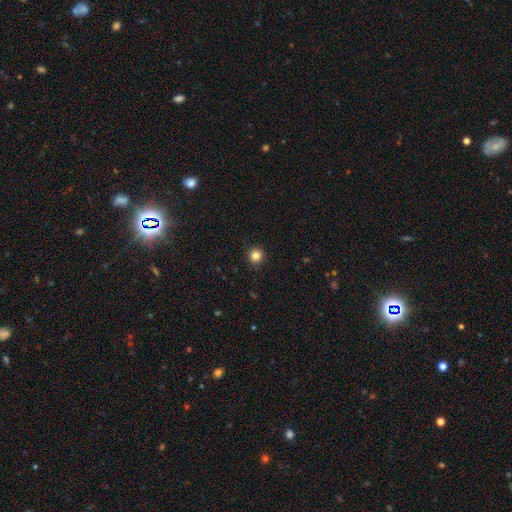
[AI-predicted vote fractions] Smooth or featured: smooth — 84% (star or artifact — 12%)
How rounded: round — 94% (in between — 5%)
Merging: none — 93% (minor disturbance — 5%)